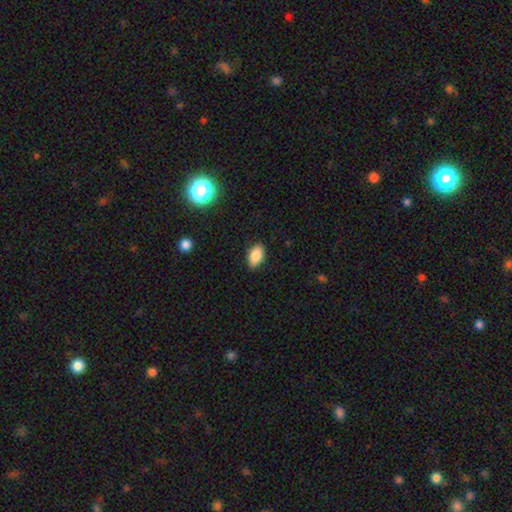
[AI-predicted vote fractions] A smooth galaxy with no disk features (85%) that is in between round and cigar-shaped (91%).

Vote fractions:
- Smooth or featured? smooth: 85% / star or artifact: 9% / featured or disk: 6%
- How rounded? in between: 91% / round: 6% / cigar-shaped: 3%
- Merging? none: 87% / minor disturbance: 10% / major disturbance: 2% / merger: 1%